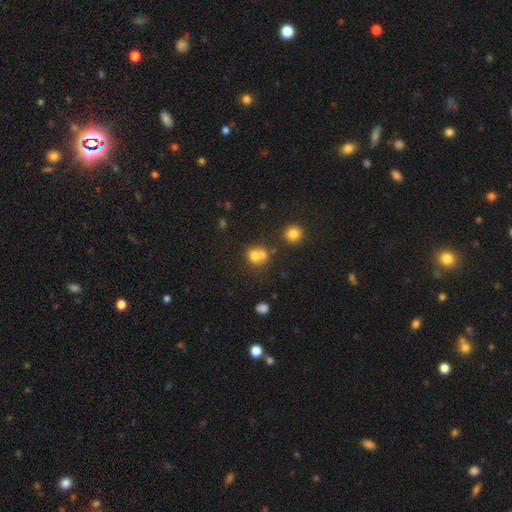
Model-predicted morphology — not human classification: smooth 71%, featured or disk 15%, star or artifact 14%. Down the decision tree: how rounded — round (78%); merging — merger (51%).